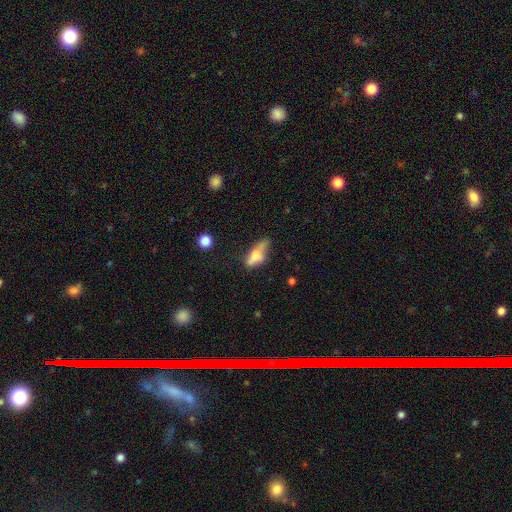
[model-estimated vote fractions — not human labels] smooth_or_featured: smooth (p=0.60) [alt: featured or disk p=0.30]
how_rounded: in between (p=0.70) [alt: cigar-shaped p=0.25]
merging: none (p=0.36) [alt: minor disturbance p=0.31]